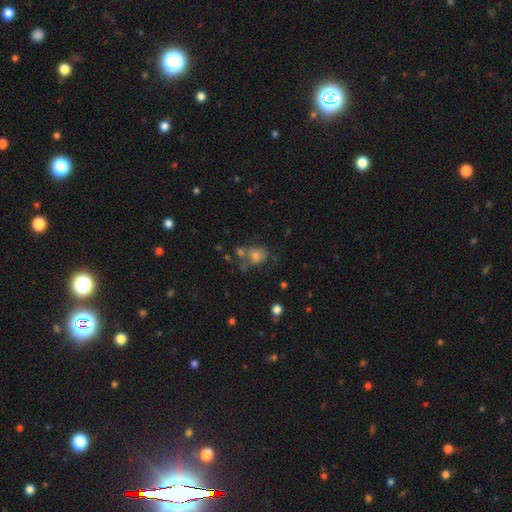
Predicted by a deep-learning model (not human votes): A smooth galaxy with no disk features (63%) that is round (58%).

Vote fractions:
- Smooth or featured? smooth: 63% / star or artifact: 19% / featured or disk: 18%
- How rounded? round: 58% / in between: 40% / cigar-shaped: 2%
- Merging? none: 42% / merger: 24% / minor disturbance: 19% / major disturbance: 15%